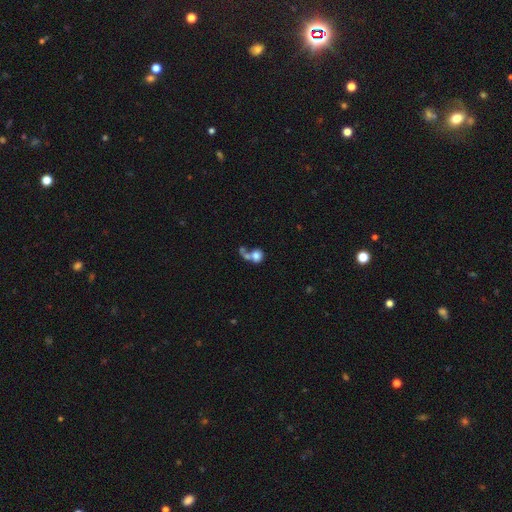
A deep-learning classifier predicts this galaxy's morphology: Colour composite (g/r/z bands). It shows a smooth galaxy with no disk features (72%) that is round (71%). Merging: merger (51%).